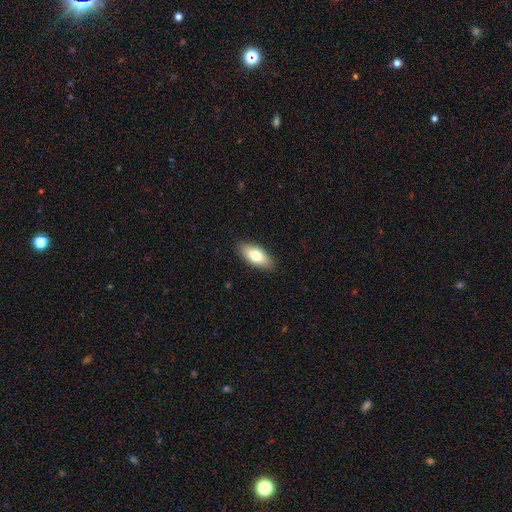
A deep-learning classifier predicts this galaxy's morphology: Smooth or featured?
  - smooth: 76% *
  - featured or disk: 17%
  - star or artifact: 6%
How rounded?
  - in between: 87% *
  - cigar-shaped: 11%
  - round: 3%
Merging?
  - none: 88% *
  - minor disturbance: 9%
  - major disturbance: 2%
  - merger: 1%